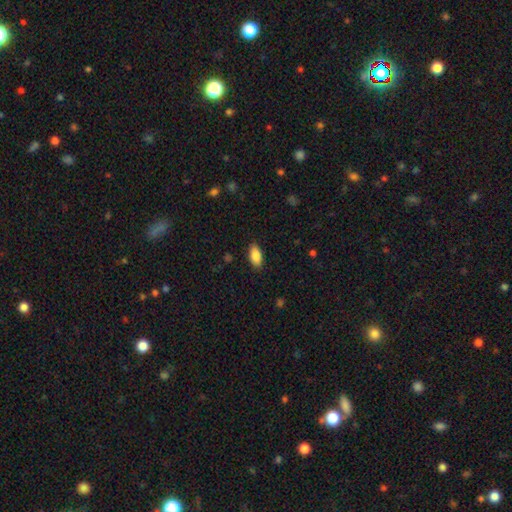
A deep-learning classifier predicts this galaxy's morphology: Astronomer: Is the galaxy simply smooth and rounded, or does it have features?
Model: smooth — 85%.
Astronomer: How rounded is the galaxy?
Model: in between — 90%.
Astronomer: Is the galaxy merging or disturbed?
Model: none — 87%.